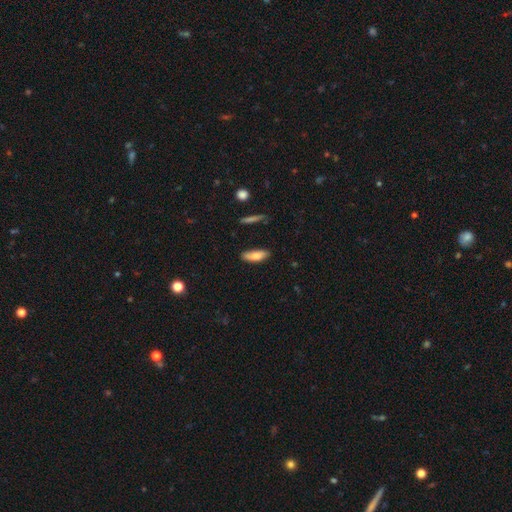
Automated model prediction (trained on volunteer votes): Q: Smooth or featured?
A: smooth (78%); runner-up: featured or disk (15%)
Q: How rounded?
A: in between (62%); runner-up: cigar-shaped (36%)
Q: Merging?
A: none (82%); runner-up: minor disturbance (14%)